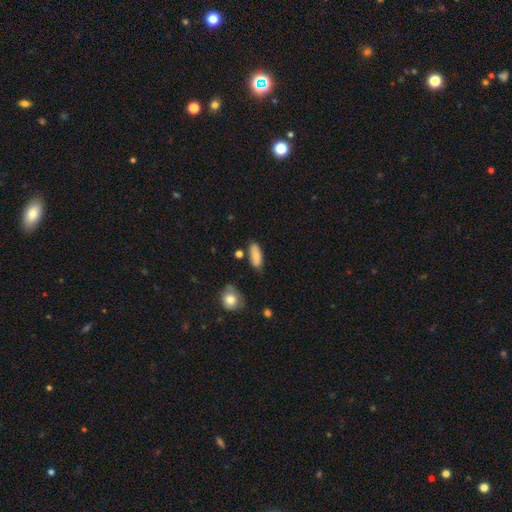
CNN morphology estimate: smooth 81%, featured or disk 12%, star or artifact 7%. Down the decision tree: how rounded — in between (76%); merging — none (77%).